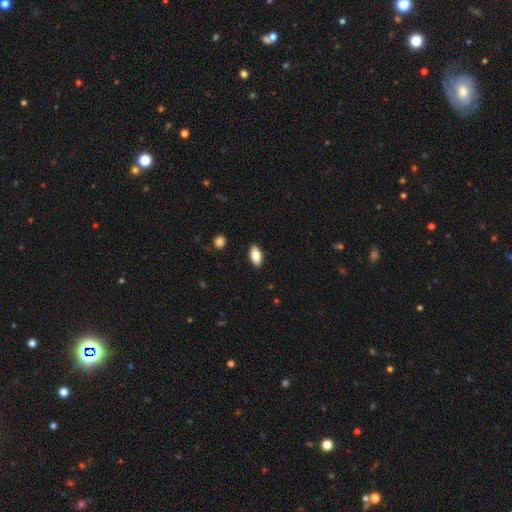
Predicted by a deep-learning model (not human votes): Q: Smooth or featured?
A: smooth (82%); runner-up: featured or disk (11%)
Q: How rounded?
A: in between (90%); runner-up: cigar-shaped (7%)
Q: Merging?
A: none (89%); runner-up: minor disturbance (8%)